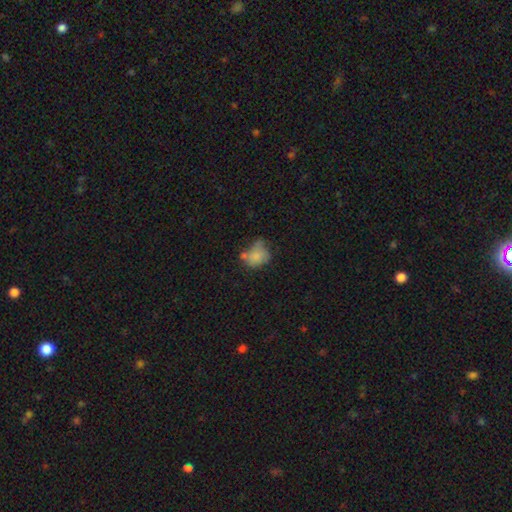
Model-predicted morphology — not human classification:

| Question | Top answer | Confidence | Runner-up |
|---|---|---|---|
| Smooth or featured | smooth | 73% | featured or disk (17%) |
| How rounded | in between | 54% | round (45%) |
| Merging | none | 34% | minor disturbance (30%) |